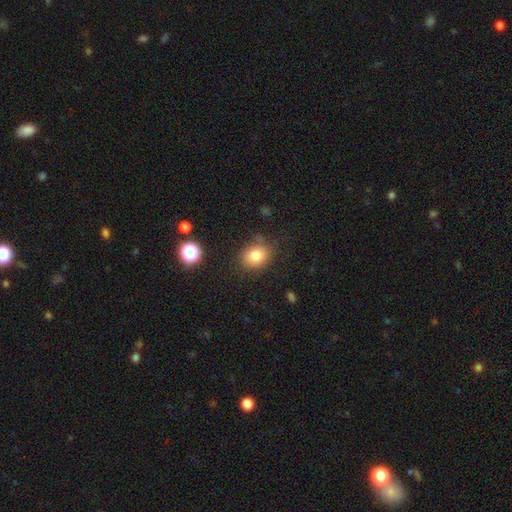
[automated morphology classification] A smooth galaxy with no disk features (80%) that is round (58%). Merging: none (80%).